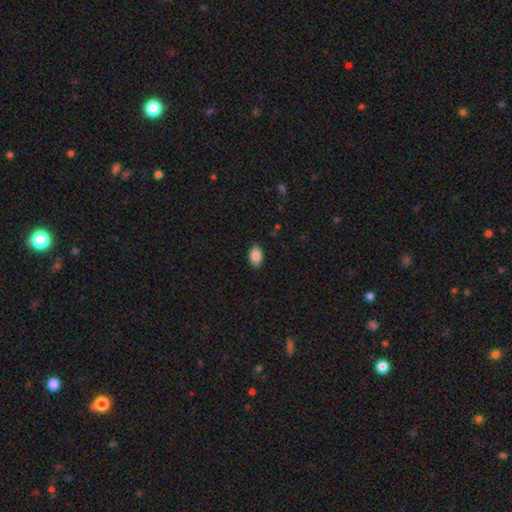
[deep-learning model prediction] smooth 88%, star or artifact 7%, featured or disk 5%. Down the decision tree: how rounded — in between (91%); merging — none (88%).